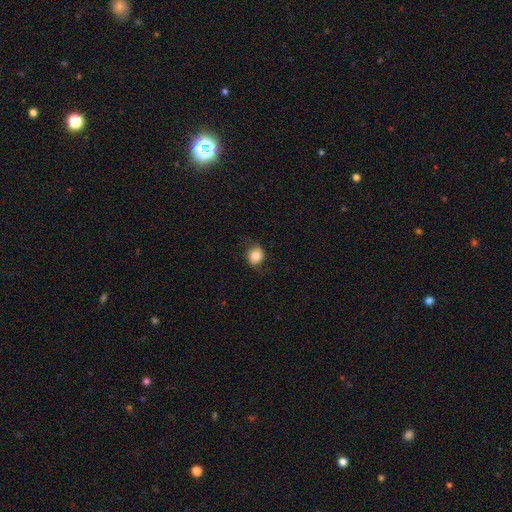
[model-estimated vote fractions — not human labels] Q: Smooth or featured?
A: smooth (70%); runner-up: featured or disk (20%)
Q: How rounded?
A: round (66%); runner-up: in between (33%)
Q: Merging?
A: none (71%); runner-up: minor disturbance (20%)